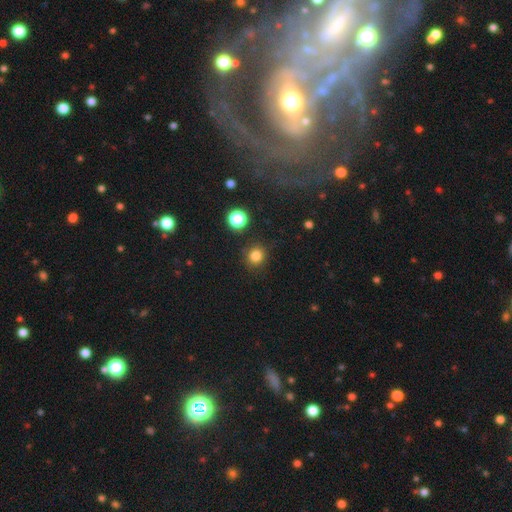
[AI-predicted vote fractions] A smooth galaxy with no disk features (81%) that is round (87%).

Vote fractions:
- Smooth or featured? smooth: 81% / star or artifact: 14% / featured or disk: 5%
- How rounded? round: 87% / in between: 12% / cigar-shaped: 1%
- Merging? none: 87% / minor disturbance: 8% / major disturbance: 3% / merger: 2%